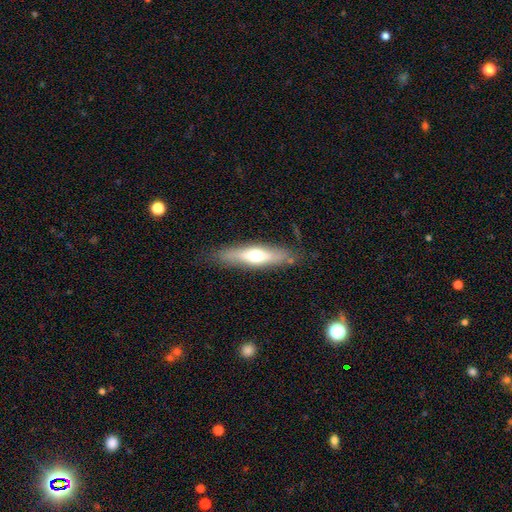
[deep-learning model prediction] Smooth or featured? smooth (51%)
How rounded? cigar-shaped (66%)
Merging? none (80%)